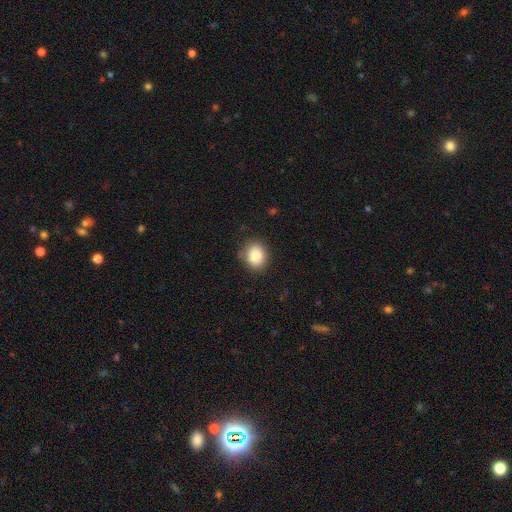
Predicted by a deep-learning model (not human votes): Smooth or featured? Predicted: smooth (p=0.84). How rounded? Predicted: round (p=0.66). Merging? Predicted: none (p=0.84).